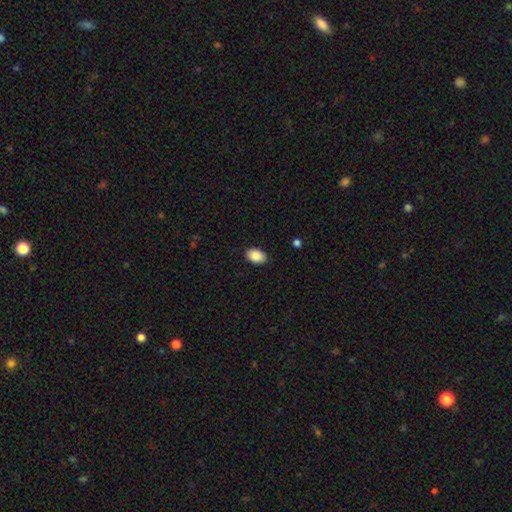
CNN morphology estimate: This appears to be a smooth galaxy with no disk features (89%) that is in between round and cigar-shaped (89%). Merging: none (87%).